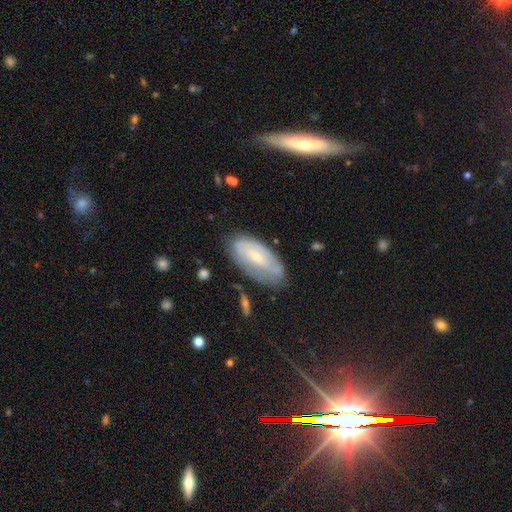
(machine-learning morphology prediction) Smooth or featured? featured or disk (48%)
Merging? none (67%)